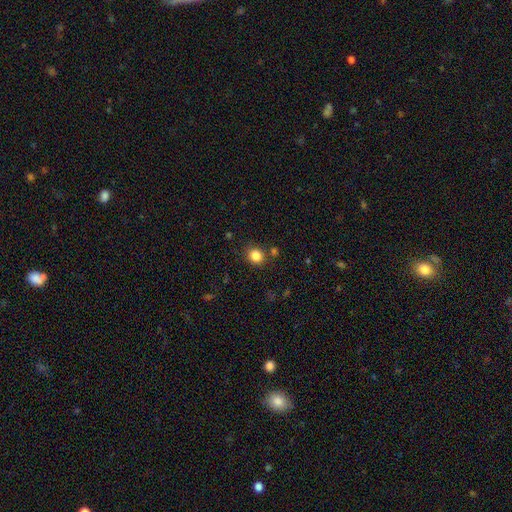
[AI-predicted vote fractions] Smooth or featured? Predicted: smooth (p=0.84). How rounded? Predicted: round (p=0.78). Merging? Predicted: none (p=0.82).